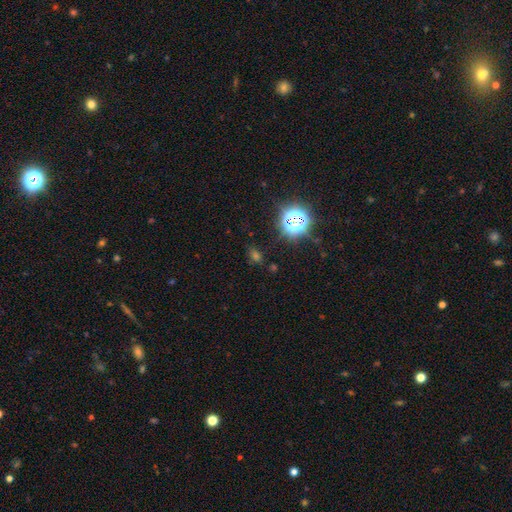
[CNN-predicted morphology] Q: Smooth or featured?
A: star or artifact (57%); runner-up: smooth (34%)